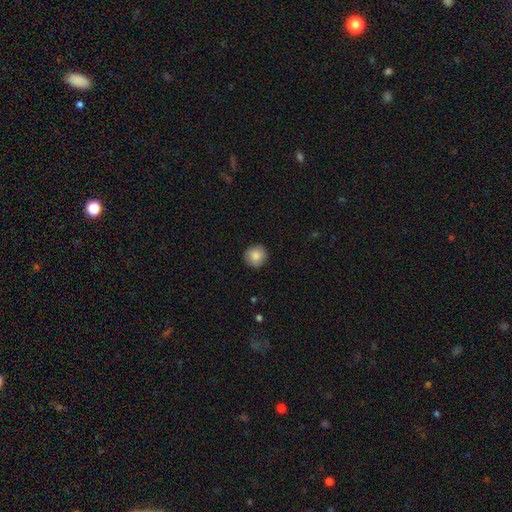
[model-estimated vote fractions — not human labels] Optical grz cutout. It shows a smooth galaxy with no disk features (85%) that is round (93%). Merging: none (90%).